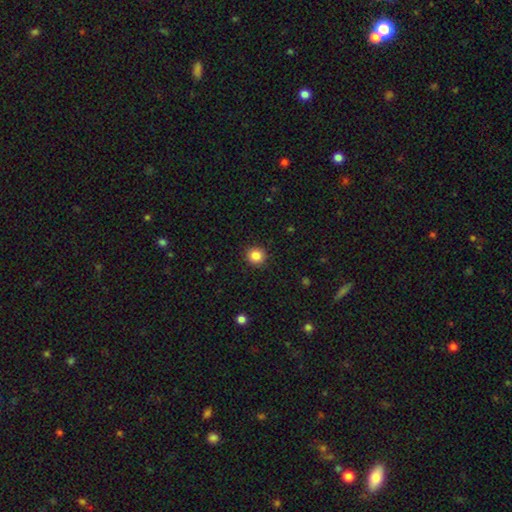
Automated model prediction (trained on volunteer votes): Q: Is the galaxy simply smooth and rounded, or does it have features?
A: smooth — 86%.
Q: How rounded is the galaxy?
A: round — 93%.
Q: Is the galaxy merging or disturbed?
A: none — 92%.